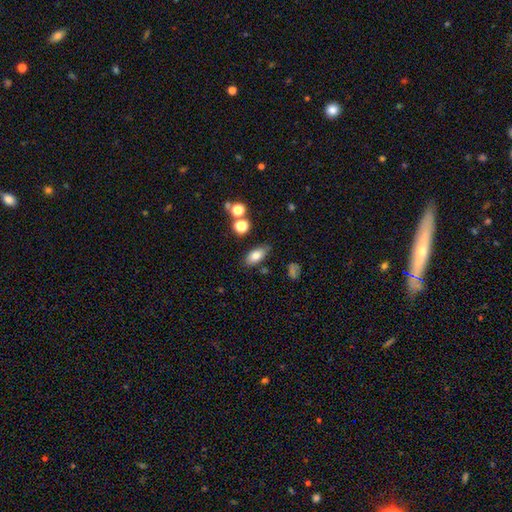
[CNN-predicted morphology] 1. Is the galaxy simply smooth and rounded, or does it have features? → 77% smooth, 13% featured or disk, 10% star or artifact.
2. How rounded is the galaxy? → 85% in between, 9% cigar-shaped, 6% round.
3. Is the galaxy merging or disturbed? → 76% none, 14% minor disturbance, 5% merger, 4% major disturbance.